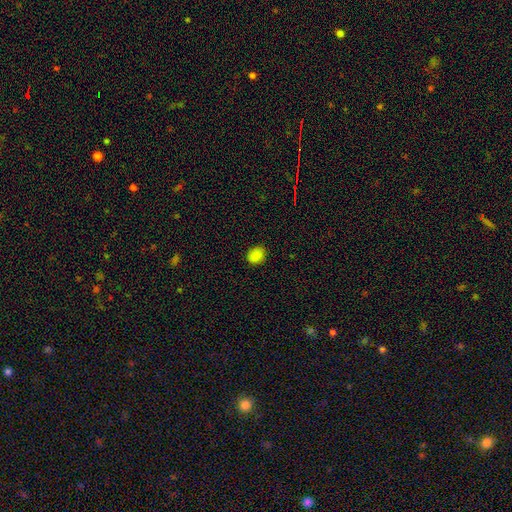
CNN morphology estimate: A smooth galaxy with no disk features (85%) that is round (50%). Merging: none (85%).